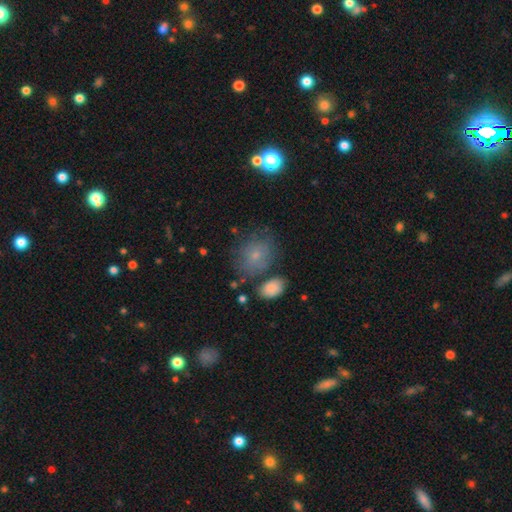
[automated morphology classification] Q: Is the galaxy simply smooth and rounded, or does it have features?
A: smooth — 67%.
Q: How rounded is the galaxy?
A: round — 59%.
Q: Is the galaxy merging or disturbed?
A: none — 60%.